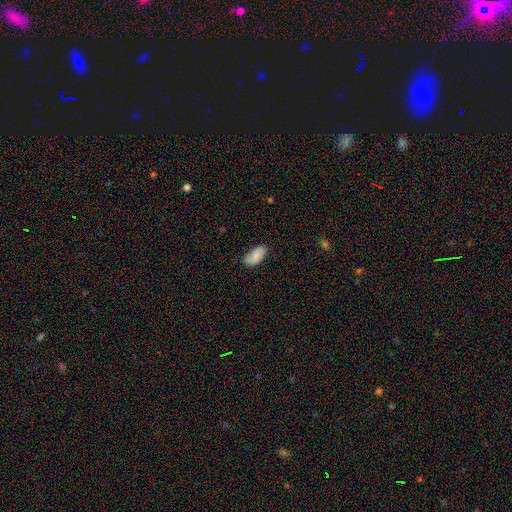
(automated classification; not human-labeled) This is likely a smooth galaxy (78%). How rounded: clearly in between (93%). Merging: likely none (67%).